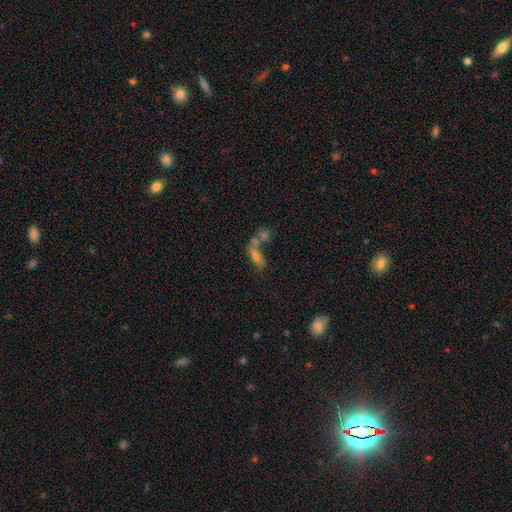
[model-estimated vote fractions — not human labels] This is likely a smooth galaxy (61%). How rounded: likely in between (67%). Merging: possibly merger (50%).